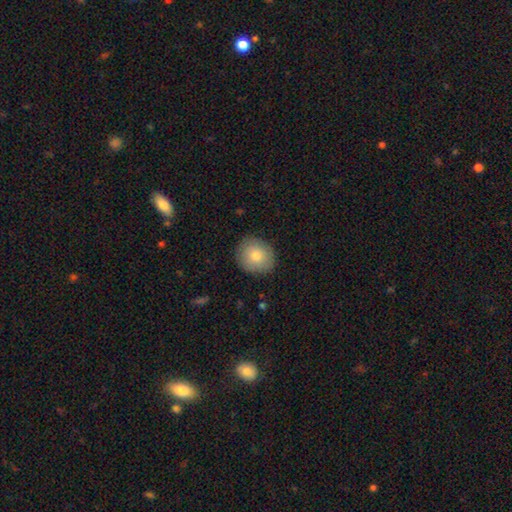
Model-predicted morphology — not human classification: Smooth or featured: smooth — 79% (featured or disk — 13%)
How rounded: round — 78% (in between — 21%)
Merging: none — 88% (minor disturbance — 9%)